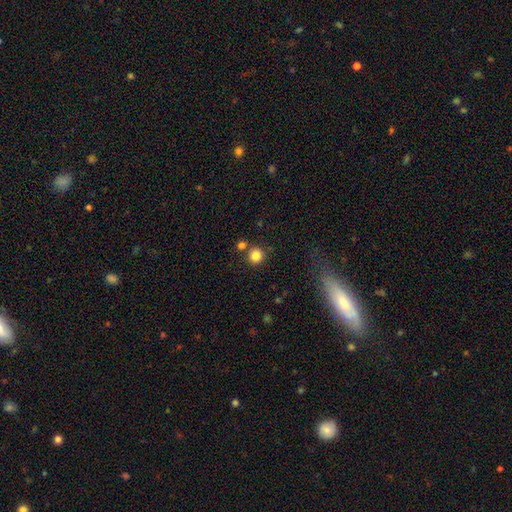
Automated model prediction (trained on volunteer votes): The model was most divided on "merging": none: 78%, merger: 11%, minor disturbance: 8%, major disturbance: 3%. More confident: how rounded — round (93%); smooth or featured — smooth (83%).